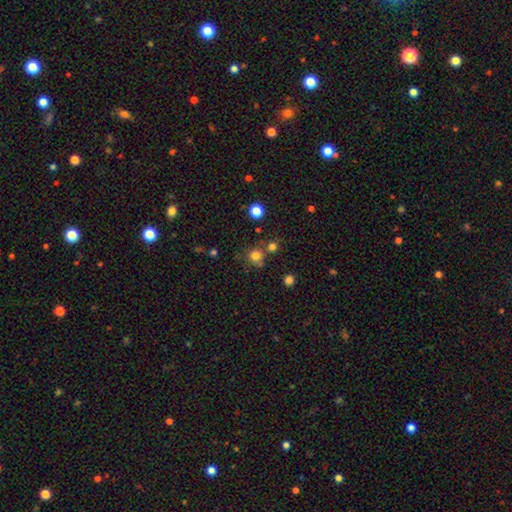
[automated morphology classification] Smooth or featured? smooth (77%)
How rounded? round (90%)
Merging? none (69%)